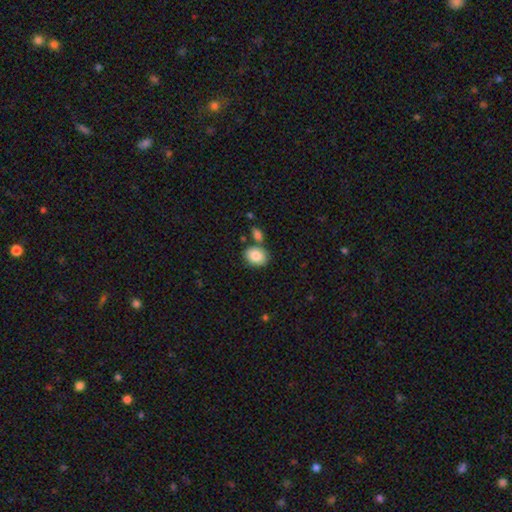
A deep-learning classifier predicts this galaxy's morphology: Q: Smooth or featured?
A: smooth (86%); runner-up: star or artifact (7%)
Q: How rounded?
A: in between (63%); runner-up: round (36%)
Q: Merging?
A: none (67%); runner-up: merger (16%)